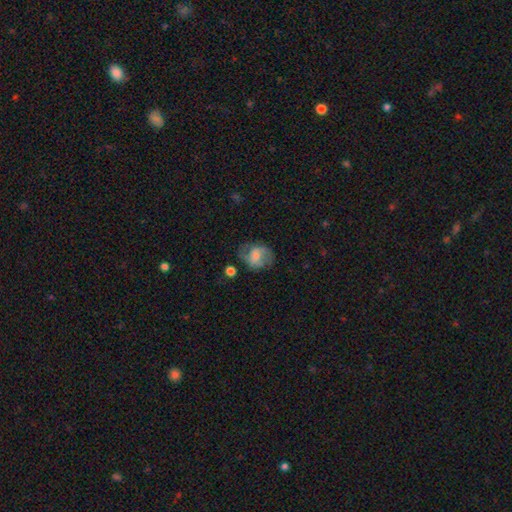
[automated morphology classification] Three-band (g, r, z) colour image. It shows a smooth galaxy with no disk features (47%). Merging: none (55%).